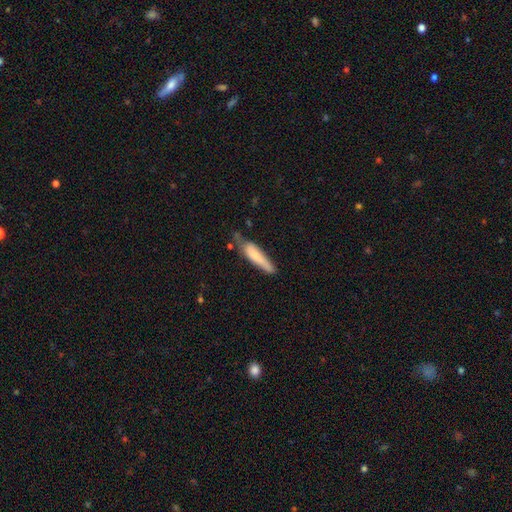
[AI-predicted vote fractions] Overall: smooth (73%). How rounded: cigar-shaped (79%). Merging: none (45%; minor disturbance 36%).